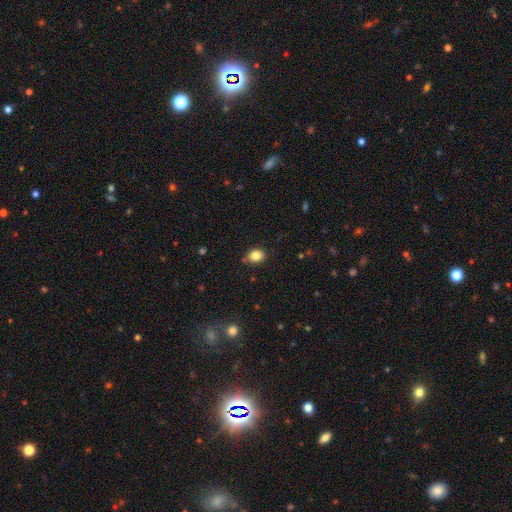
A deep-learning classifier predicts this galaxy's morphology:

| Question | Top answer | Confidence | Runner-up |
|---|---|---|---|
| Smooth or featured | smooth | 83% | star or artifact (10%) |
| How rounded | in between | 51% | round (48%) |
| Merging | none | 84% | minor disturbance (11%) |